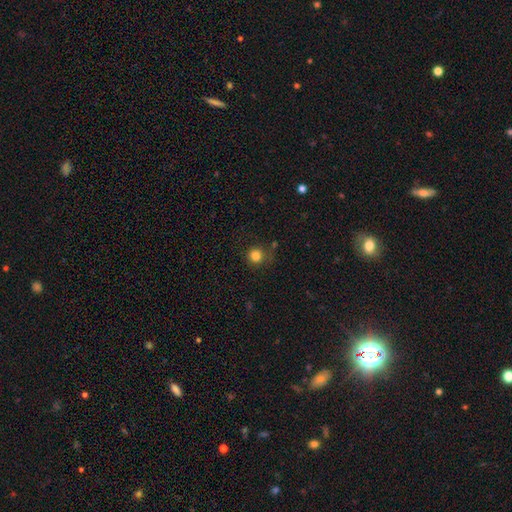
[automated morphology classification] A smooth galaxy with no disk features (82%) that is round (93%).

Vote fractions:
- Smooth or featured? smooth: 82% / star or artifact: 13% / featured or disk: 5%
- How rounded? round: 93% / in between: 6% / cigar-shaped: 1%
- Merging? none: 78% / minor disturbance: 13% / major disturbance: 5% / merger: 4%